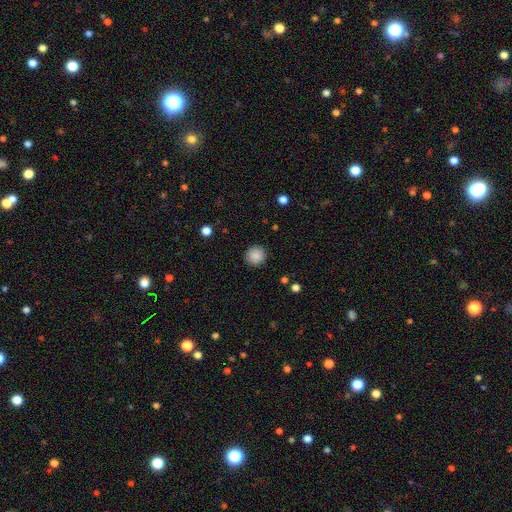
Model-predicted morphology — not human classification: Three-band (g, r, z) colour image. It shows a smooth galaxy with no disk features (88%) that is round (93%). Merging: none (91%).